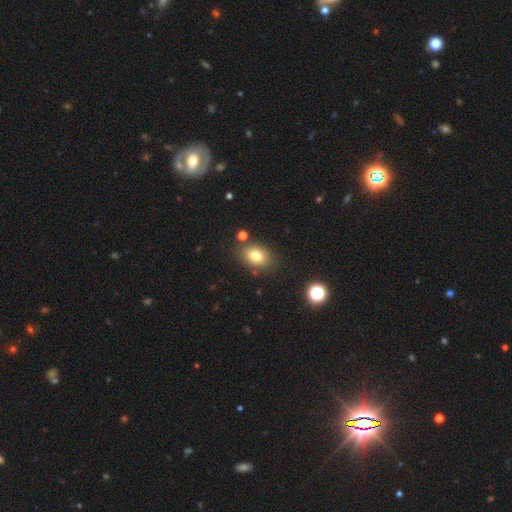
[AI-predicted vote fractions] Smooth or featured? Predicted: smooth (p=0.79). How rounded? Predicted: in between (p=0.67). Merging? Predicted: none (p=0.80).